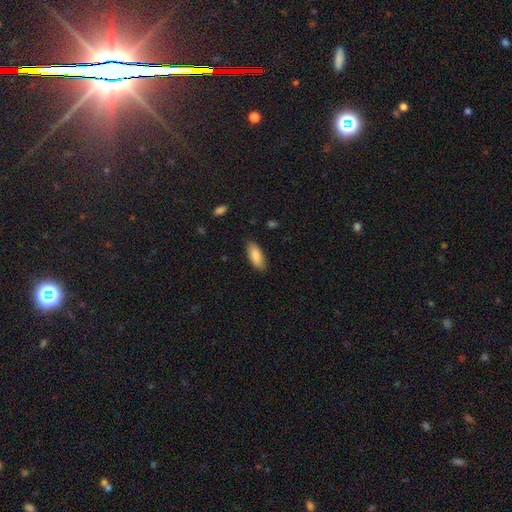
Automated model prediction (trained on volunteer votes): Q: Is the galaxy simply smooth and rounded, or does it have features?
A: smooth — 87%.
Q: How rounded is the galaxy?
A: in between — 81%.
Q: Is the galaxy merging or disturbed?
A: none — 85%.